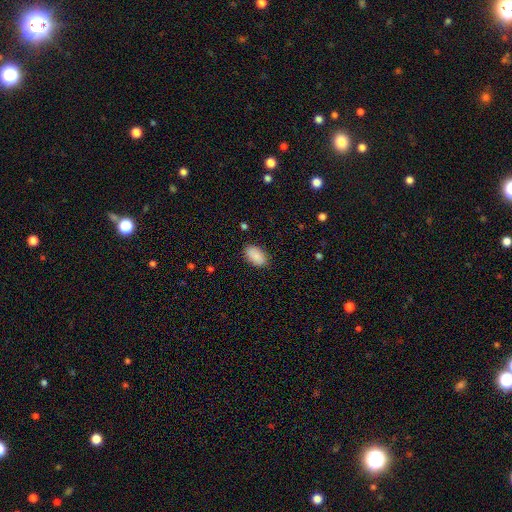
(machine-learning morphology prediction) Smooth or featured: smooth — 89% (star or artifact — 7%)
How rounded: in between — 93% (round — 5%)
Merging: none — 85% (minor disturbance — 11%)